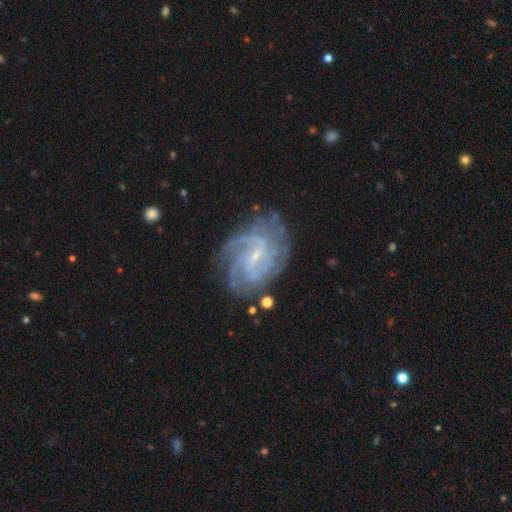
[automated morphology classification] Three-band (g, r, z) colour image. It shows a featured or disk galaxy (87%) with a weak bar (53%), tight (52%) spiral arms (96%) and a small central bulge (80%). Merging: none (74%).